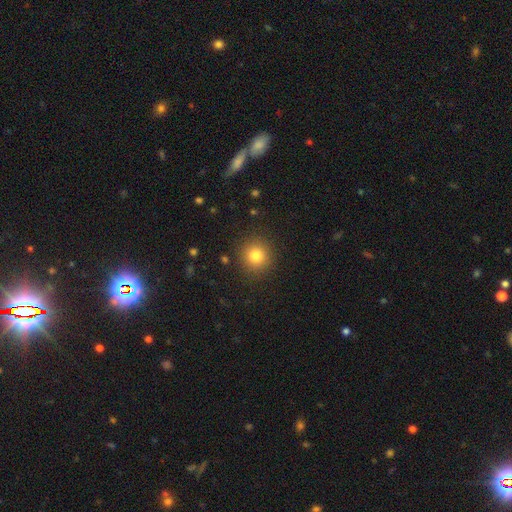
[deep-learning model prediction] This appears to be a smooth galaxy with no disk features (81%) that is round (92%). Merging: none (90%).